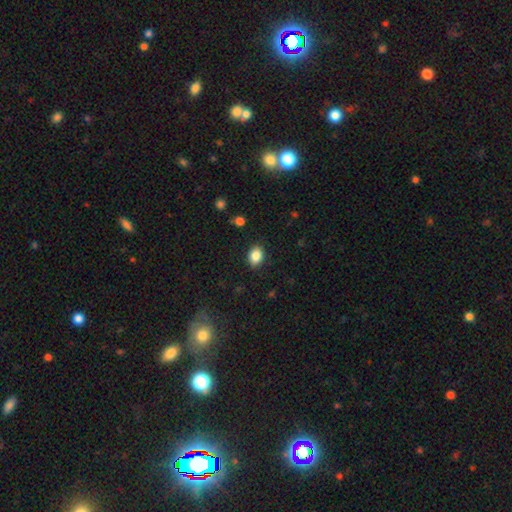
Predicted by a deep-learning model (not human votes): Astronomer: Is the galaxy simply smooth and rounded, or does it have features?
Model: smooth — 86%.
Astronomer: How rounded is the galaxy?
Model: in between — 66%.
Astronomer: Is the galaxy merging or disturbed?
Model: none — 87%.